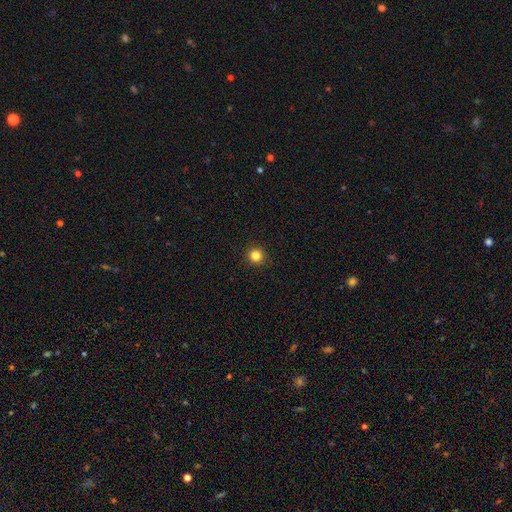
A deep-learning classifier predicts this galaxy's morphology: Smooth or featured?
  - smooth: 83% *
  - star or artifact: 13%
  - featured or disk: 4%
How rounded?
  - round: 95% *
  - in between: 4%
  - cigar-shaped: 1%
Merging?
  - none: 93% *
  - minor disturbance: 5%
  - major disturbance: 2%
  - merger: 1%